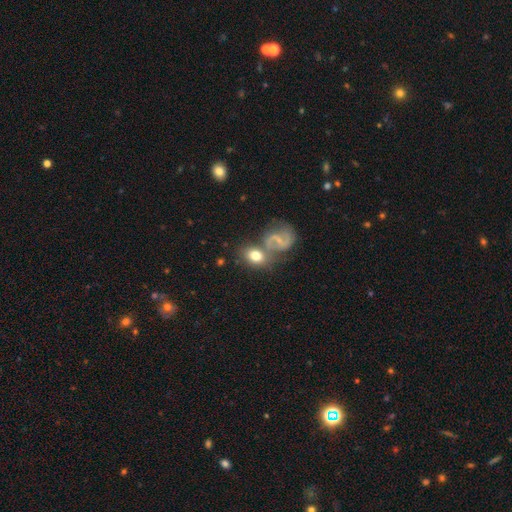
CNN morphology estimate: Smooth or featured? smooth (59%)
How rounded? in between (56%)
Merging? none (49%)